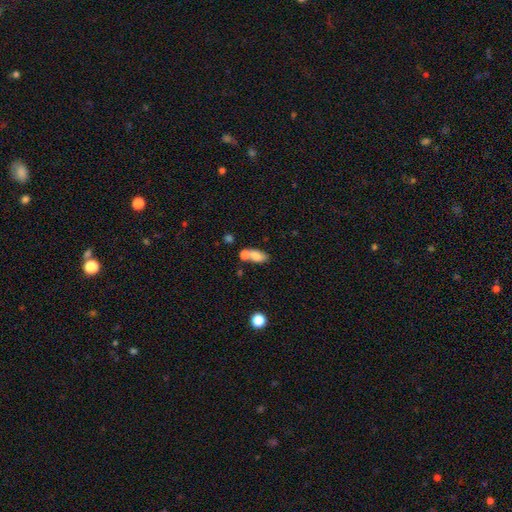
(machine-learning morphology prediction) This is likely a smooth galaxy (77%). How rounded: clearly in between (81%). Merging: possibly merger (49%).